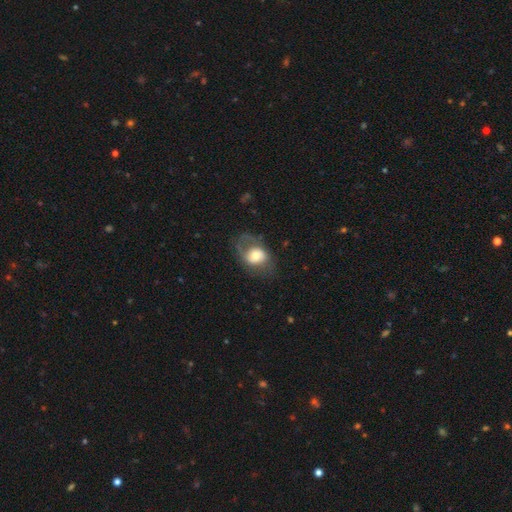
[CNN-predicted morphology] smooth_or_featured: smooth (p=0.47) [alt: featured or disk p=0.45]
merging: none (p=0.49) [alt: major disturbance p=0.27]